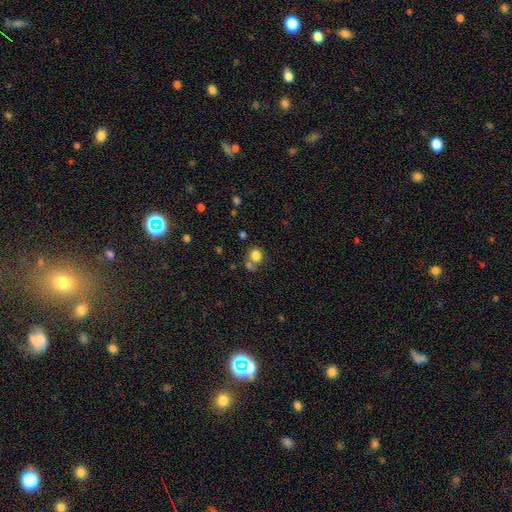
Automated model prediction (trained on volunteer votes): Q: Smooth or featured?
A: smooth (81%); runner-up: star or artifact (11%)
Q: How rounded?
A: round (72%); runner-up: in between (27%)
Q: Merging?
A: none (54%); runner-up: merger (28%)